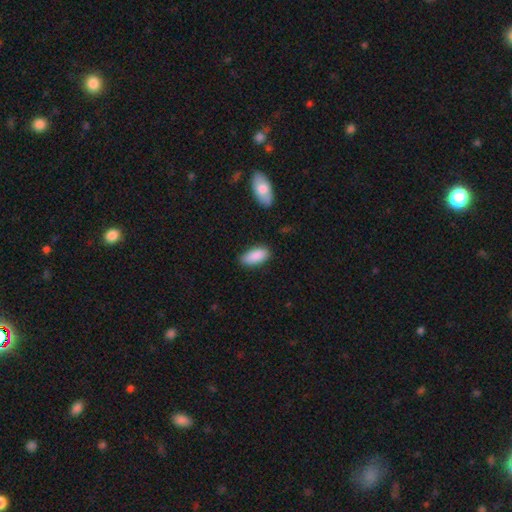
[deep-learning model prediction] Smooth or featured: smooth — 89% (star or artifact — 6%)
How rounded: in between — 89% (cigar-shaped — 9%)
Merging: none — 82% (minor disturbance — 14%)